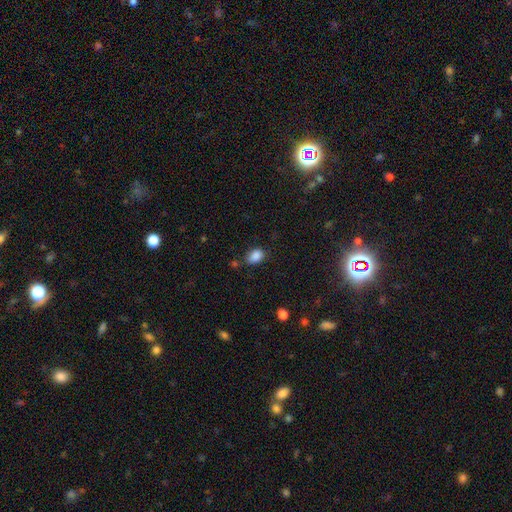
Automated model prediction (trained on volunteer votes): This is clearly a smooth galaxy (87%). How rounded: likely in between (77%). Merging: likely none (70%).